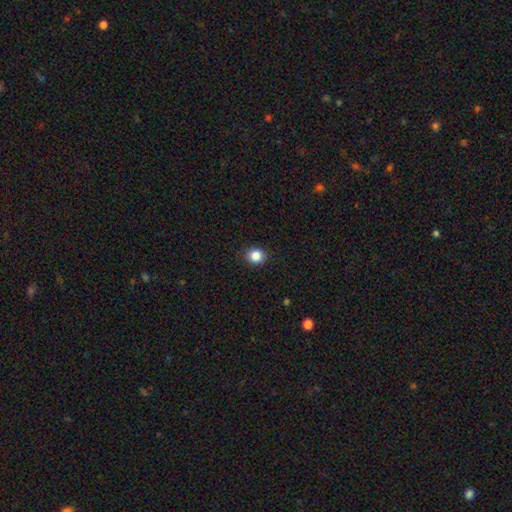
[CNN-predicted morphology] Overall: smooth (85%). How rounded: round (81%). Merging: none (90%).